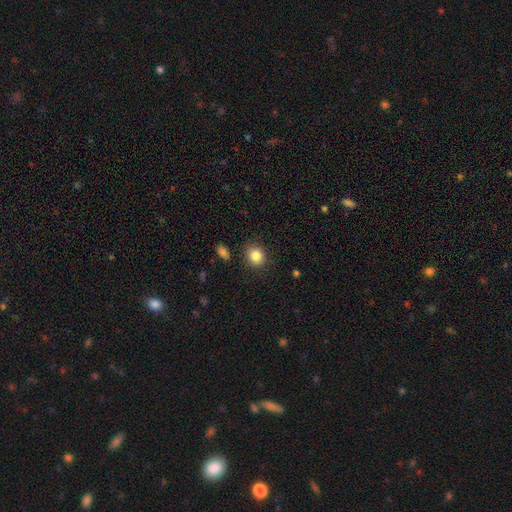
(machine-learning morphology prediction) This appears to be a smooth galaxy with no disk features (86%) that is round (76%). Merging: none (87%).